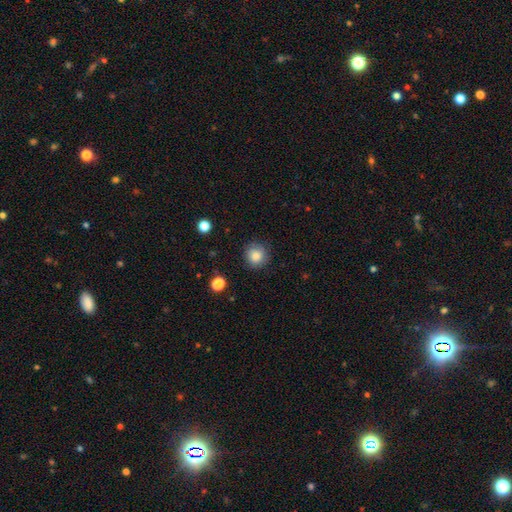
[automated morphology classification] smooth_or_featured: smooth (p=0.84) [alt: star or artifact p=0.10]
how_rounded: round (p=0.93) [alt: in between p=0.06]
merging: none (p=0.87) [alt: minor disturbance p=0.10]